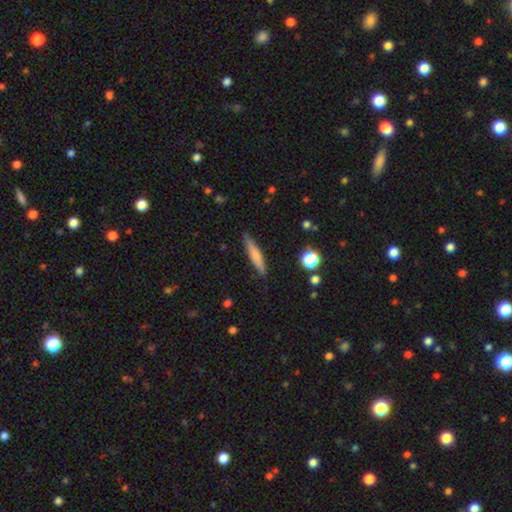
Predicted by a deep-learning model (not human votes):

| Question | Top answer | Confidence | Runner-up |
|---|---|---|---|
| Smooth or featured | smooth | 66% | featured or disk (27%) |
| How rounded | cigar-shaped | 90% | in between (9%) |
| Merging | none | 87% | minor disturbance (10%) |